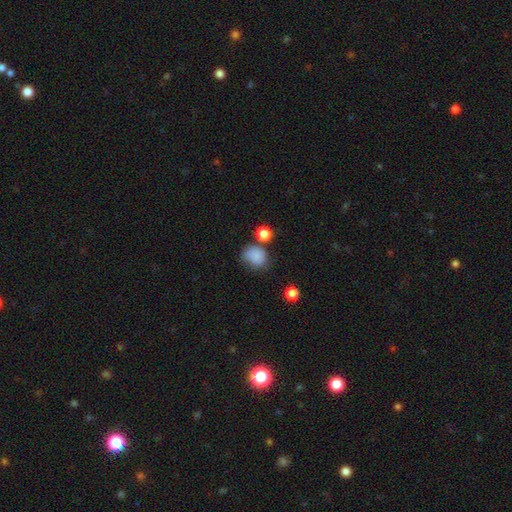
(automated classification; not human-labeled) Q: Smooth or featured?
A: smooth (84%); runner-up: star or artifact (10%)
Q: How rounded?
A: round (59%); runner-up: in between (40%)
Q: Merging?
A: none (61%); runner-up: minor disturbance (22%)